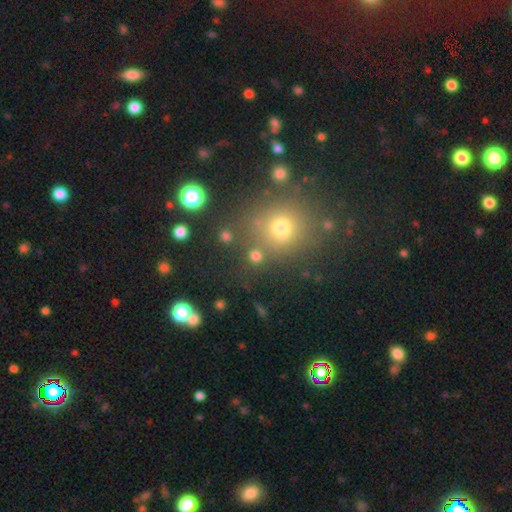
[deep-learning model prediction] smooth 72%, star or artifact 21%, featured or disk 7%. Down the decision tree: how rounded — round (90%); merging — none (77%).